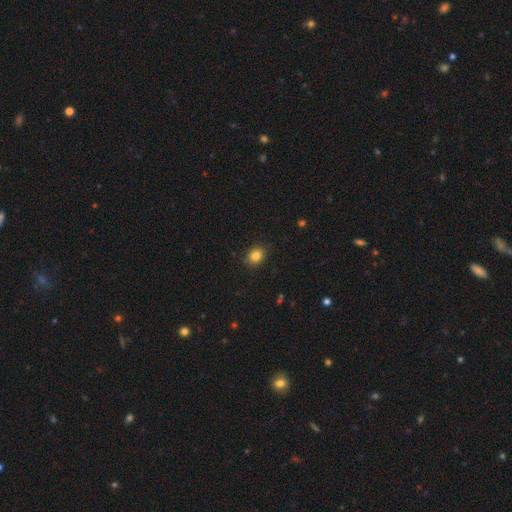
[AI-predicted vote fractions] This appears to be a smooth galaxy with no disk features (84%) that is round (55%). Merging: none (87%).